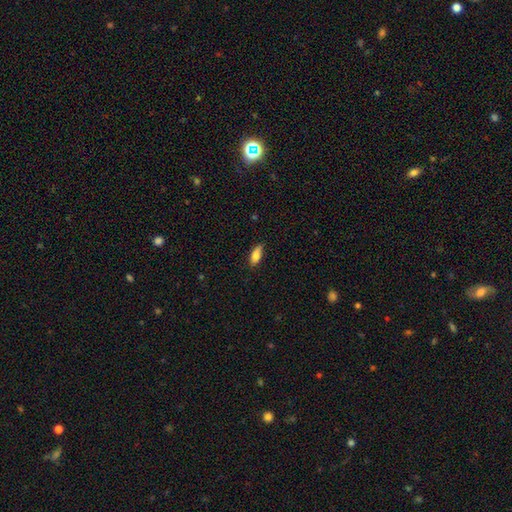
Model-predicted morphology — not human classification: smooth-or-featured: smooth: 79% | featured or disk: 14% | star or artifact: 7%
  how-rounded: in between: 76% | cigar-shaped: 22% | round: 3%
  merging: none: 77% | minor disturbance: 19% | major disturbance: 3% | merger: 1%